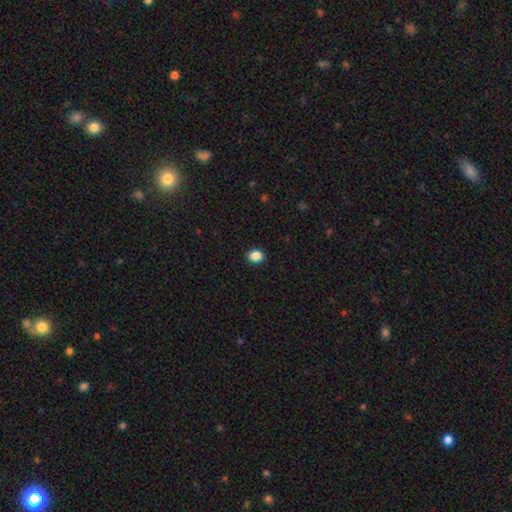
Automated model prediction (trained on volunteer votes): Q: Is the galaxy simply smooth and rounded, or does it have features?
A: smooth — 88%.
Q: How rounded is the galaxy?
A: round — 54%.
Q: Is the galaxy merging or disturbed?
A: none — 91%.